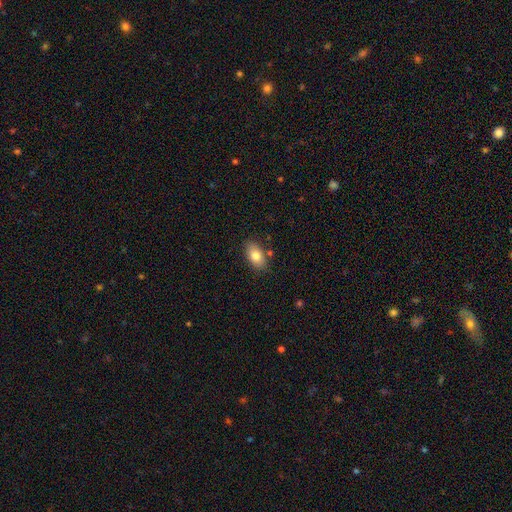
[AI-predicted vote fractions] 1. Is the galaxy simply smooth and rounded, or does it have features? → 80% smooth, 12% featured or disk, 7% star or artifact.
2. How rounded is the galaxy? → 91% in between, 6% round, 3% cigar-shaped.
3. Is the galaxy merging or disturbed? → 81% none, 12% minor disturbance, 4% merger, 3% major disturbance.